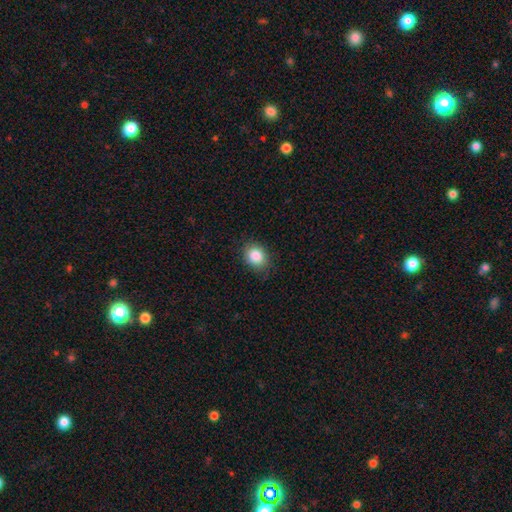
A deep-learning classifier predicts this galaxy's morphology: Smooth or featured?
  - smooth: 86% *
  - star or artifact: 9%
  - featured or disk: 5%
How rounded?
  - round: 51% *
  - in between: 49%
  - cigar-shaped: 1%
Merging?
  - none: 82% *
  - minor disturbance: 14%
  - major disturbance: 3%
  - merger: 1%